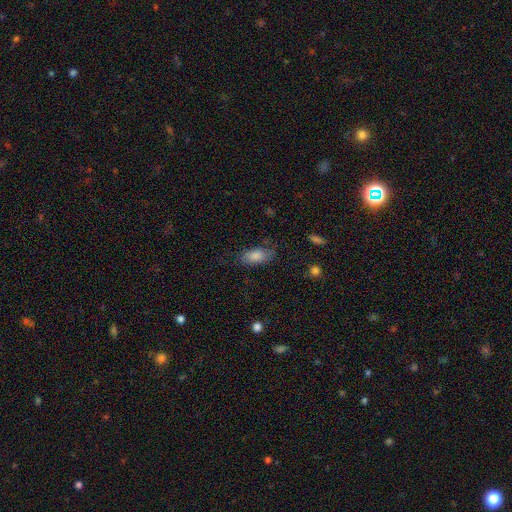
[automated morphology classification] The model was most divided on "merging": none: 69%, minor disturbance: 22%, major disturbance: 7%, merger: 2%. More confident: how rounded — in between (89%); smooth or featured — smooth (81%).